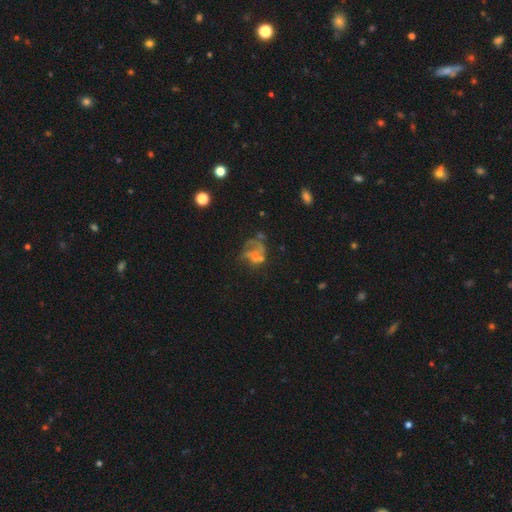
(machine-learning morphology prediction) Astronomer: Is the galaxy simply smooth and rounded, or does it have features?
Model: featured or disk — 56%.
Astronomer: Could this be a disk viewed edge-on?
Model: no — 98%.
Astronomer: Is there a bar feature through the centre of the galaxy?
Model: no — 89%.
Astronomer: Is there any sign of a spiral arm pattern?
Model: no — 79%.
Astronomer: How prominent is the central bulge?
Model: none — 71%.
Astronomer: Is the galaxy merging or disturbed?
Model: major disturbance — 38% (runner-up: none, 31%).